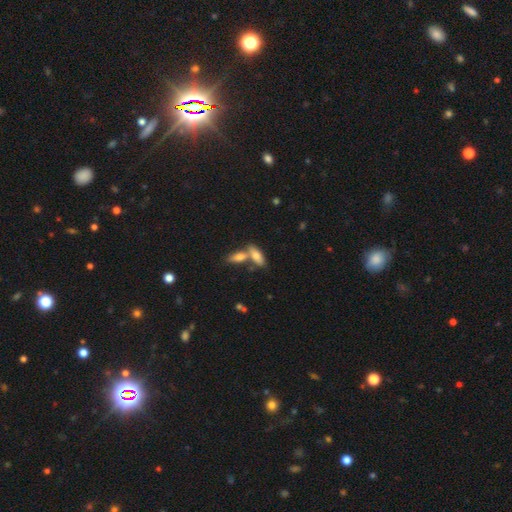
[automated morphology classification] This is likely a smooth galaxy (73%). How rounded: likely in between (75%). Merging: possibly merger (49%).